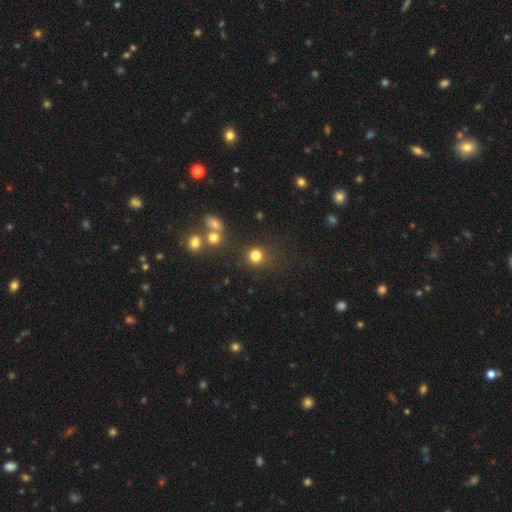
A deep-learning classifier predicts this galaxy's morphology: smooth_or_featured: smooth (p=0.80) [alt: star or artifact p=0.14]
how_rounded: round (p=0.88) [alt: in between p=0.11]
merging: none (p=0.76) [alt: minor disturbance p=0.11]